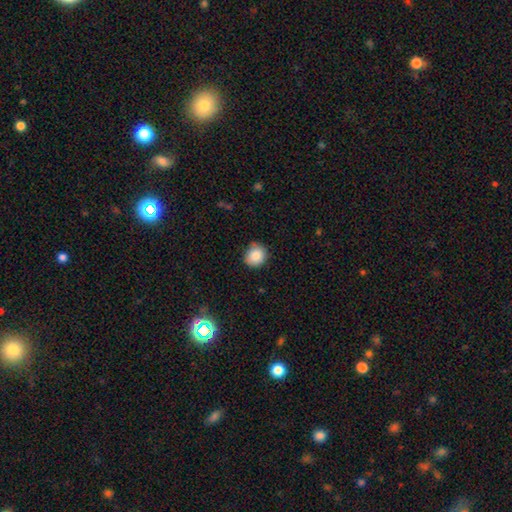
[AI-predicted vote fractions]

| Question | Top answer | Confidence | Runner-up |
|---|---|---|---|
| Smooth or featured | smooth | 86% | star or artifact (9%) |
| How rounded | round | 84% | in between (15%) |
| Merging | none | 79% | minor disturbance (17%) |